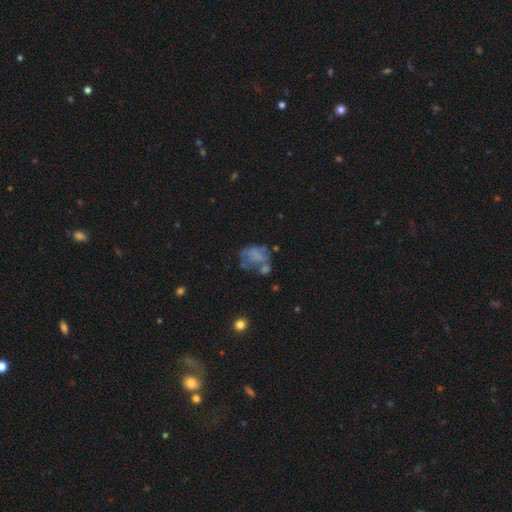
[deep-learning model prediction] featured or disk 45%, smooth 41%, star or artifact 14%. Down the decision tree: merging — none (32%).